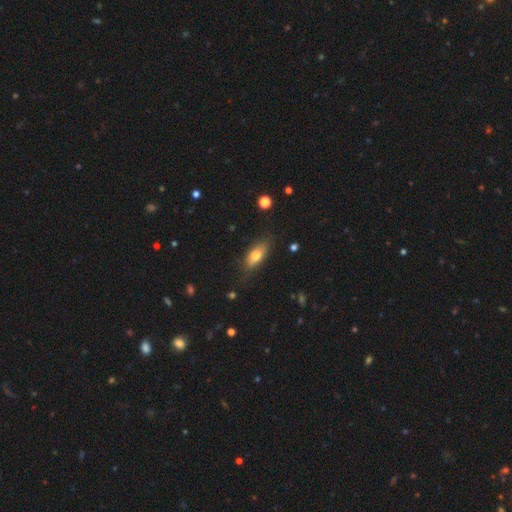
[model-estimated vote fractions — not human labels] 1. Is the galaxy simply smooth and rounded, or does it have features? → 70% smooth, 22% featured or disk, 8% star or artifact.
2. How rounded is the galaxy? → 79% in between, 17% cigar-shaped, 4% round.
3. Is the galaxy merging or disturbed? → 76% none, 18% minor disturbance, 4% major disturbance, 2% merger.